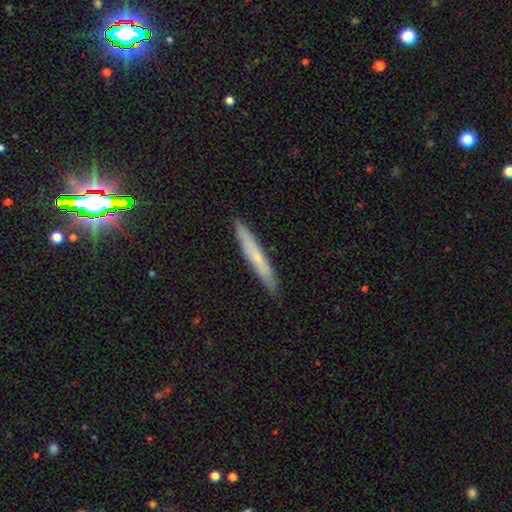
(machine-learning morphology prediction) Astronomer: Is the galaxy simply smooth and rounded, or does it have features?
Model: smooth — 57% (runner-up: featured or disk, 35%).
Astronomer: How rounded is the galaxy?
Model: cigar-shaped — 95%.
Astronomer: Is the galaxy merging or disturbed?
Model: none — 90%.